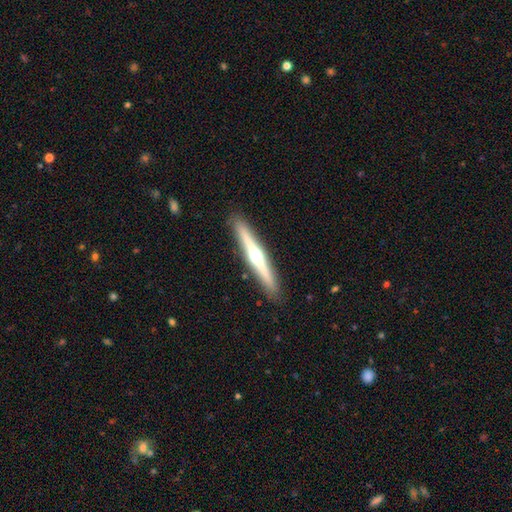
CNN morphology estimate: smooth-or-featured: featured or disk: 72% | smooth: 23% | star or artifact: 5%
  disk-edge-on: yes: 98% | no: 2%
    edge-on-bulge: rounded: 93% | none: 4% | boxy: 3%
  merging: none: 91% | minor disturbance: 7% | major disturbance: 1% | merger: 1%